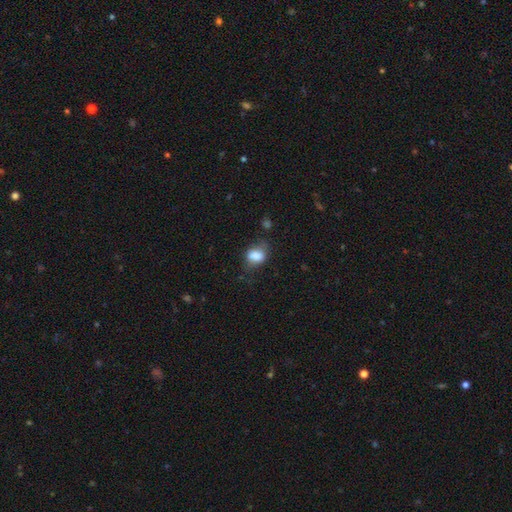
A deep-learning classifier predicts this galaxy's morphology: A smooth galaxy with no disk features (81%) that is in between round and cigar-shaped (69%).

Vote fractions:
- Smooth or featured? smooth: 81% / featured or disk: 10% / star or artifact: 9%
- How rounded? in between: 69% / round: 30% / cigar-shaped: 2%
- Merging? none: 52% / minor disturbance: 31% / major disturbance: 13% / merger: 5%